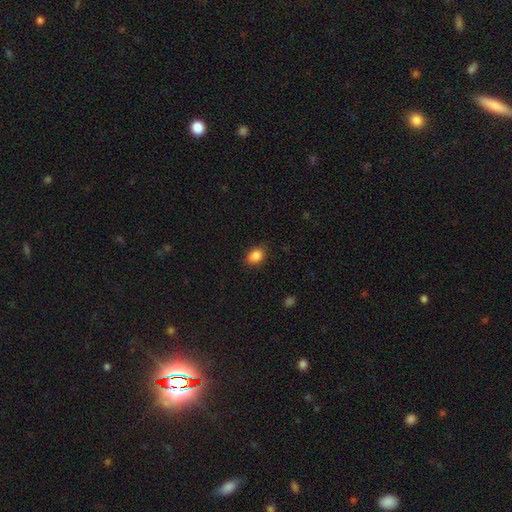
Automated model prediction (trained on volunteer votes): A smooth galaxy with no disk features (86%) that is in between round and cigar-shaped (69%).

Vote fractions:
- Smooth or featured? smooth: 86% / star or artifact: 9% / featured or disk: 5%
- How rounded? in between: 69% / round: 29% / cigar-shaped: 1%
- Merging? none: 79% / minor disturbance: 16% / major disturbance: 3% / merger: 1%